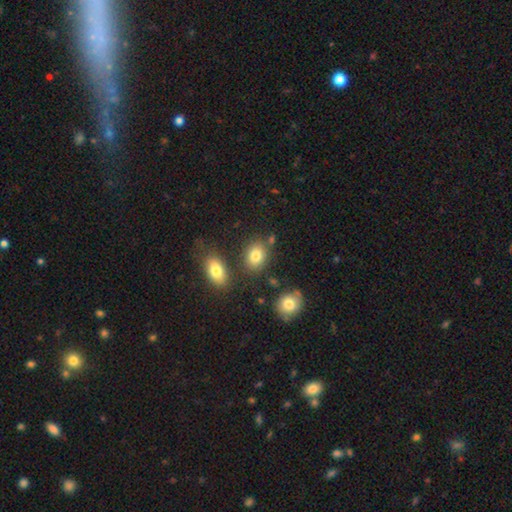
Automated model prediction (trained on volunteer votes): A smooth galaxy with no disk features (81%) that is in between round and cigar-shaped (65%). Merging: none (74%).